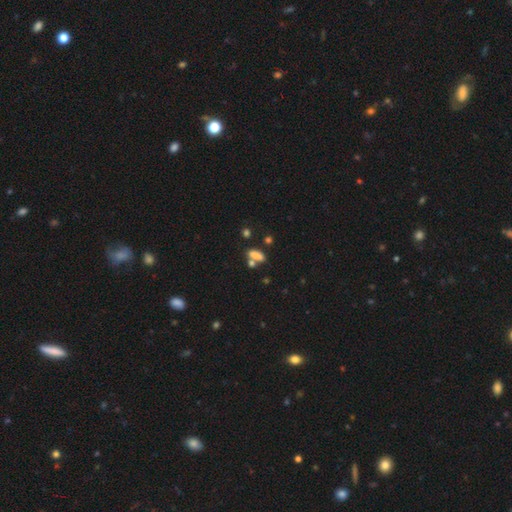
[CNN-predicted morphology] Smooth or featured?
  - smooth: 78% *
  - star or artifact: 11%
  - featured or disk: 11%
How rounded?
  - in between: 68% *
  - cigar-shaped: 24%
  - round: 7%
Merging?
  - none: 52% *
  - merger: 31%
  - minor disturbance: 12%
  - major disturbance: 5%